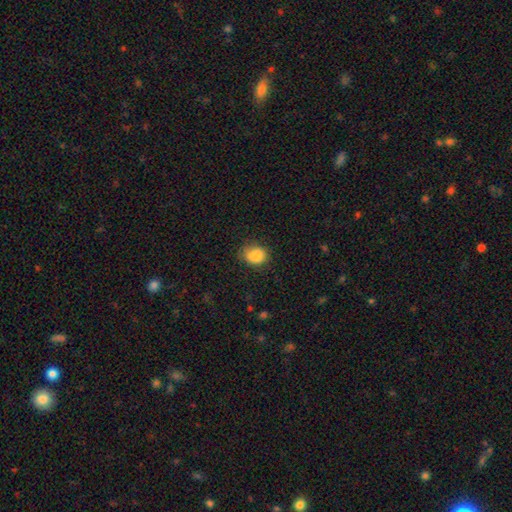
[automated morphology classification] Smooth or featured? smooth (86%)
How rounded? in between (54%)
Merging? none (67%)